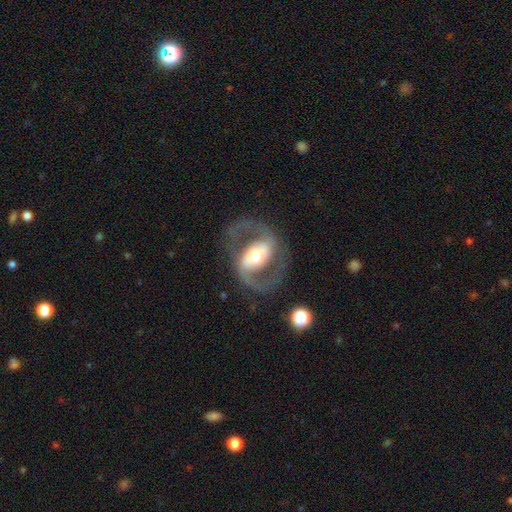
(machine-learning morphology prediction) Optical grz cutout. It shows a featured or disk galaxy (87%) with a strong bar (42%), 2 (92%) medium (58%) spiral arms (89%) and a moderate central bulge (62%). Merging: none (77%).